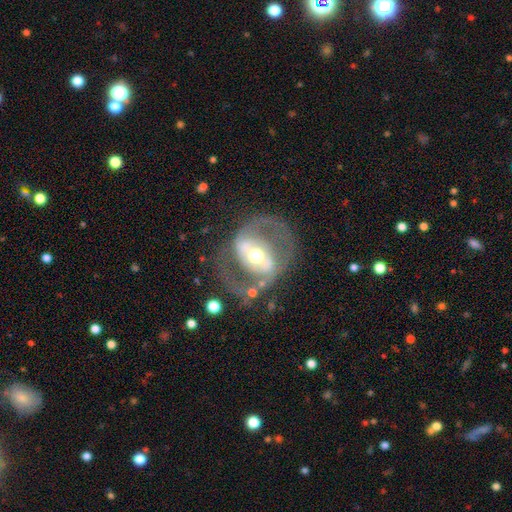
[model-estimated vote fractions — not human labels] A featured or disk galaxy (78%) with a strong bar (36%), spiral arms (58%) and a moderate central bulge (69%). Merging: none (62%).